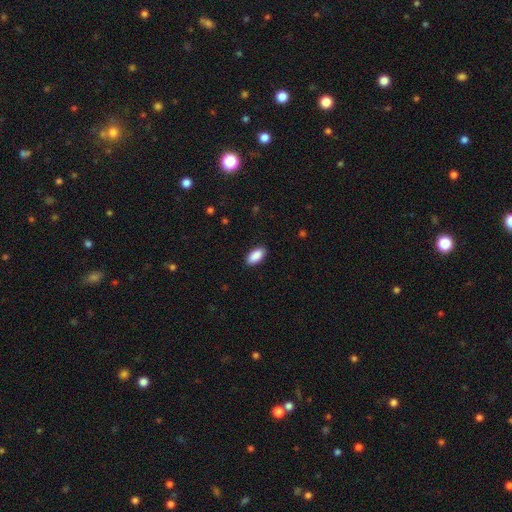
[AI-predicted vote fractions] The model was most divided on "merging": none: 89%, minor disturbance: 8%, major disturbance: 2%, merger: 1%. More confident: how rounded — in between (92%); smooth or featured — smooth (90%).